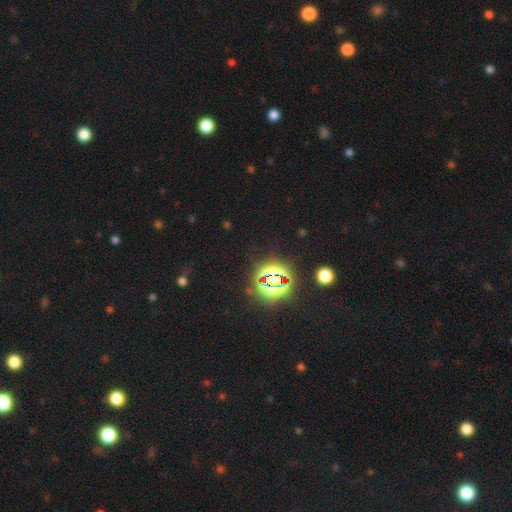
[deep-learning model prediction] This appears to be a star or artifact, not a galaxy (81%).